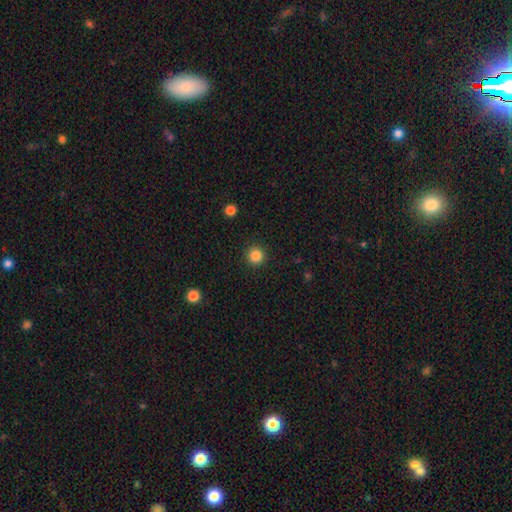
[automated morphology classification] Smooth or featured: smooth — 85% (star or artifact — 12%)
How rounded: round — 96% (in between — 3%)
Merging: none — 92% (minor disturbance — 5%)